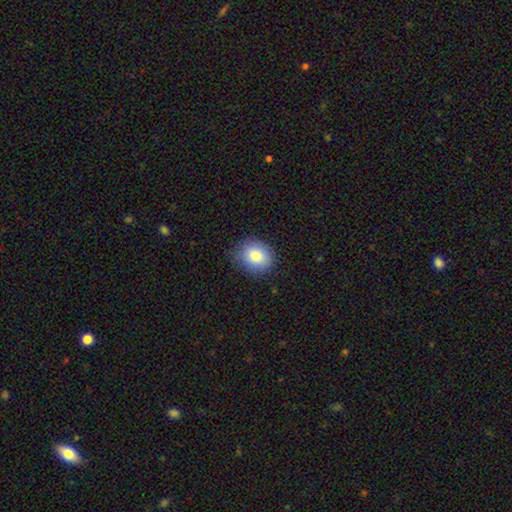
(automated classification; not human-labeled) This is clearly a smooth galaxy (84%). How rounded: possibly round (60%). Merging: likely none (77%).